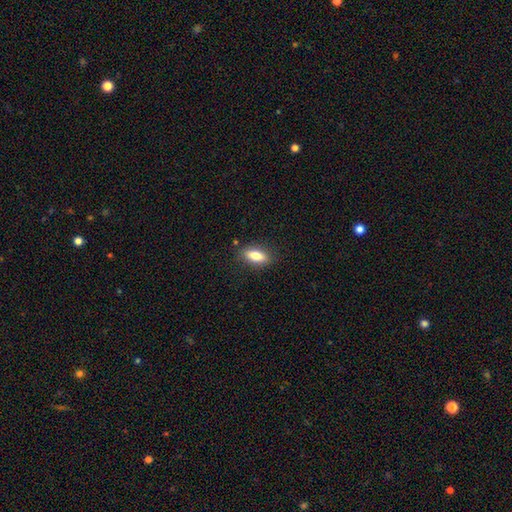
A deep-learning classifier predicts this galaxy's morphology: A smooth galaxy with no disk features (78%) that is in between round and cigar-shaped (75%). Merging: none (85%).